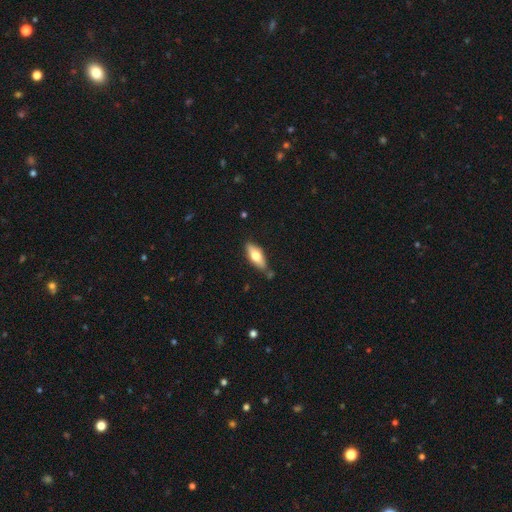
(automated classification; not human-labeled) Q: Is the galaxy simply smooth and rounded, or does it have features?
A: smooth — 62%.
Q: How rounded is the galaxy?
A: in between — 69%.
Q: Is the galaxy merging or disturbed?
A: none — 75%.